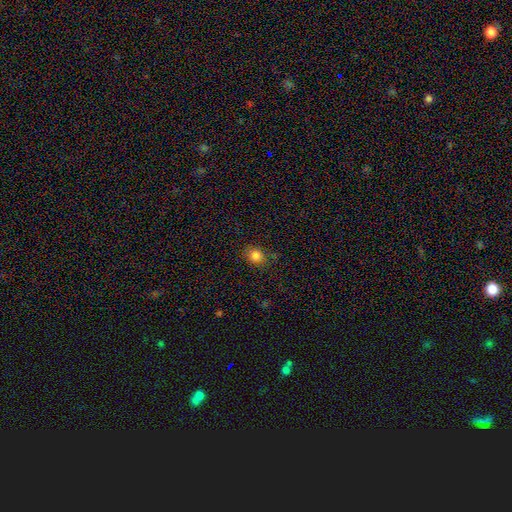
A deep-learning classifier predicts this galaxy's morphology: smooth-or-featured: smooth: 82% | star or artifact: 13% | featured or disk: 5%
  how-rounded: round: 67% | in between: 32% | cigar-shaped: 1%
  merging: none: 81% | minor disturbance: 14% | major disturbance: 4% | merger: 2%